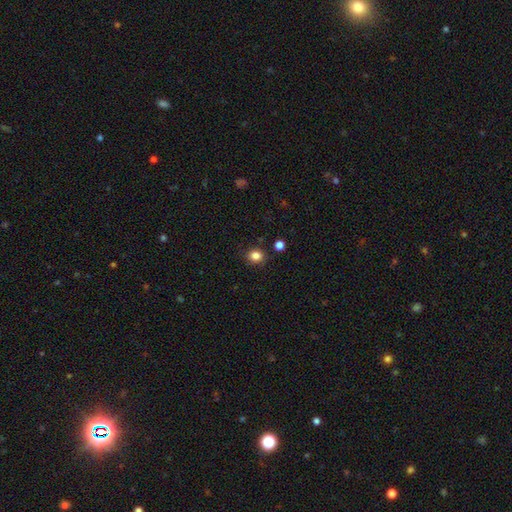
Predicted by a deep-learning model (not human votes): Morphology: type=smooth (84%); roundness=round (72%); merging=none (86%).